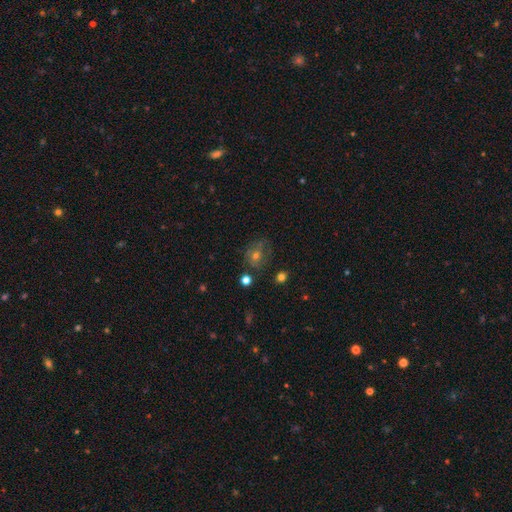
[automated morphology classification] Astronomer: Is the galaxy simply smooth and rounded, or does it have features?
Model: smooth — 38% (runner-up: featured or disk, 37%).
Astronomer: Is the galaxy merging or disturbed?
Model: none — 62%.